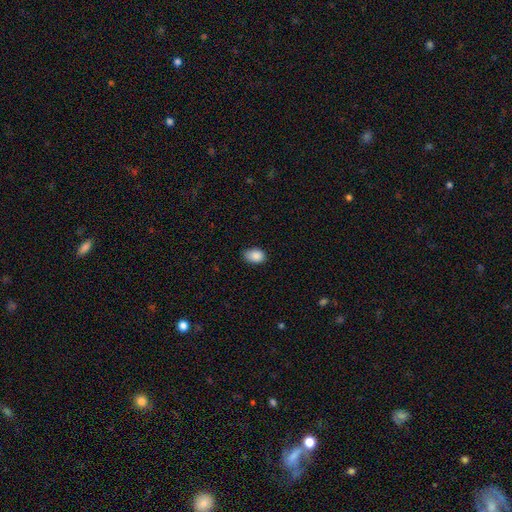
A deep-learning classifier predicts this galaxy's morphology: Q: Smooth or featured?
A: smooth (88%); runner-up: star or artifact (8%)
Q: How rounded?
A: in between (80%); runner-up: round (19%)
Q: Merging?
A: none (71%); runner-up: minor disturbance (24%)